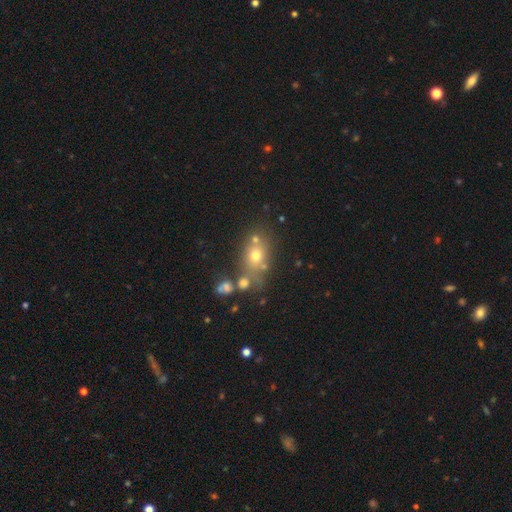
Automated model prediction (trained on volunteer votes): A smooth galaxy with no disk features (61%) that is in between round and cigar-shaped (51%). Merging: none (55%).